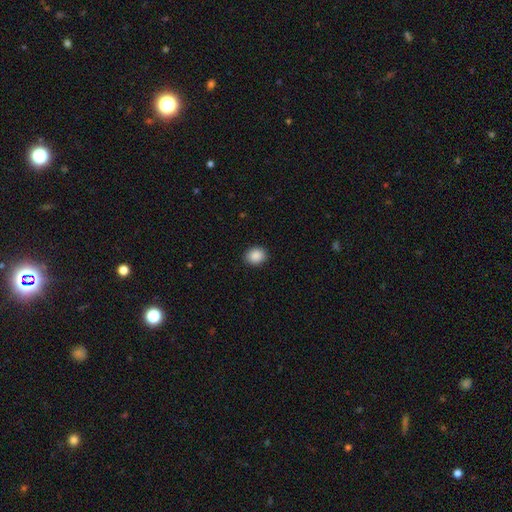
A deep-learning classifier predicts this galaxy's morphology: Smooth or featured: smooth — 89% (star or artifact — 8%)
How rounded: round — 63% (in between — 36%)
Merging: none — 91% (minor disturbance — 7%)